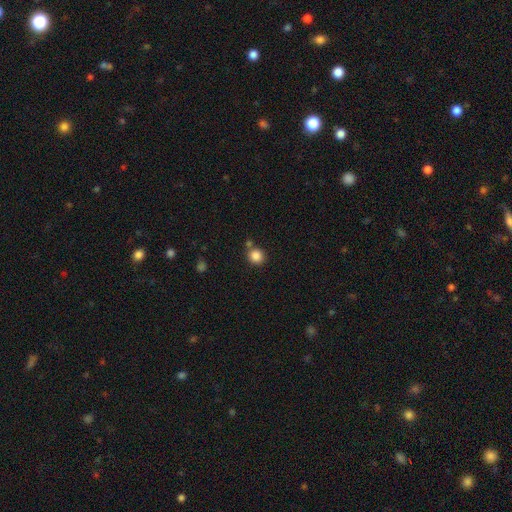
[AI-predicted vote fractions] Overall: smooth (85%). How rounded: round (90%). Merging: none (72%).